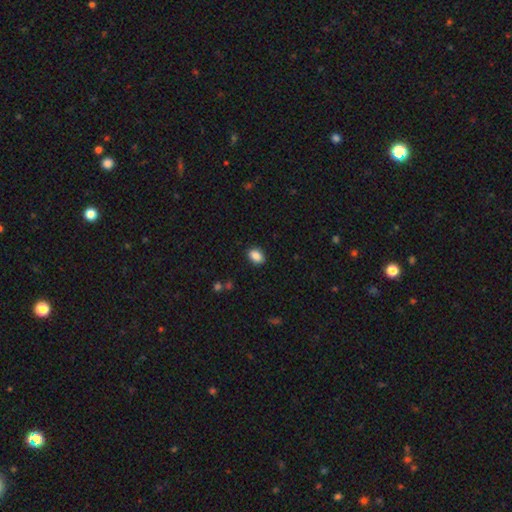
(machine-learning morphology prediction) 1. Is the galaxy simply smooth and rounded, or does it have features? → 88% smooth, 8% star or artifact, 4% featured or disk.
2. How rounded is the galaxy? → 83% in between, 16% round, 1% cigar-shaped.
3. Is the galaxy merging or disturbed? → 89% none, 8% minor disturbance, 2% major disturbance, 1% merger.